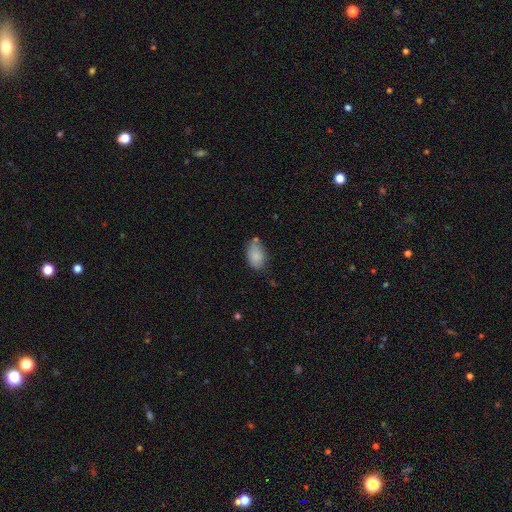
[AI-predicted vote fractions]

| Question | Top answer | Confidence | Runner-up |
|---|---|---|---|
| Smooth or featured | smooth | 85% | featured or disk (8%) |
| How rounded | in between | 89% | round (10%) |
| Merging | none | 61% | minor disturbance (26%) |